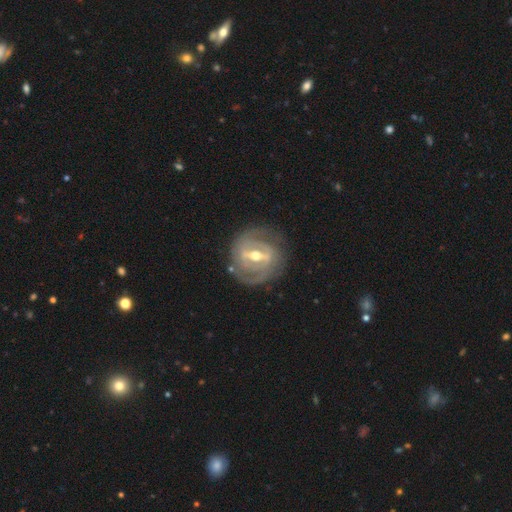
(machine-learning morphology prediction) Q: Smooth or featured?
A: featured or disk (87%); runner-up: smooth (9%)
Q: Edge-on disk?
A: no (94%); runner-up: yes (6%)
Q: Bar?
A: strong (64%); runner-up: weak (28%)
Q: Spiral arms?
A: yes (83%); runner-up: no (17%)
Q: Spiral winding?
A: tight (63%); runner-up: medium (28%)
Q: Spiral arm count?
A: 2 (57%); runner-up: can't tell (22%)
Q: Bulge size?
A: moderate (70%); runner-up: small (24%)
Q: Merging?
A: none (78%); runner-up: minor disturbance (14%)